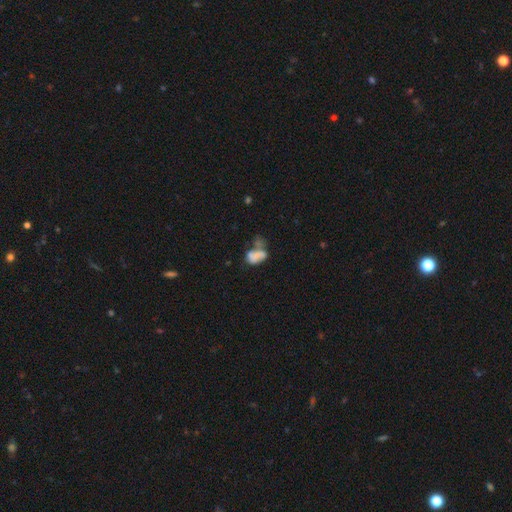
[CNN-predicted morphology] This appears to be a smooth galaxy with no disk features (60%) that is in between round and cigar-shaped (86%). Merging: merger (42%).